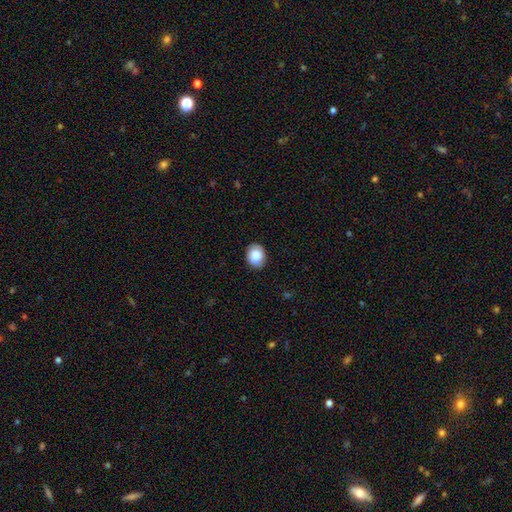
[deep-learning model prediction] This appears to be a smooth galaxy with no disk features (85%) that is in between round and cigar-shaped (52%). Merging: none (86%).